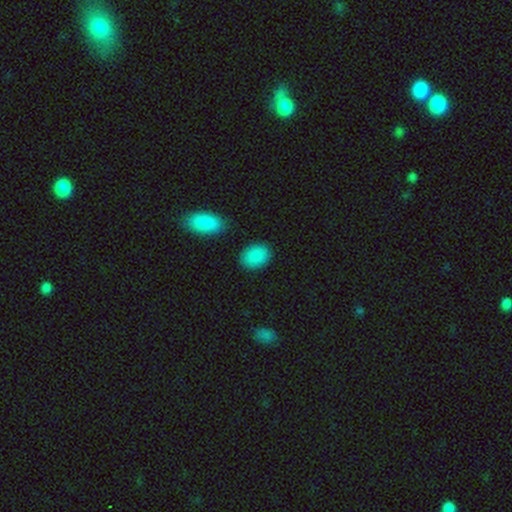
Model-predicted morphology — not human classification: smooth_or_featured: smooth (p=0.89) [alt: star or artifact p=0.08]
how_rounded: in between (p=0.70) [alt: round p=0.28]
merging: none (p=0.85) [alt: minor disturbance p=0.10]